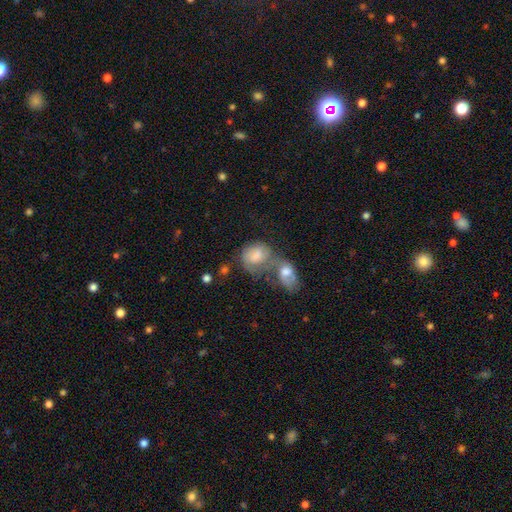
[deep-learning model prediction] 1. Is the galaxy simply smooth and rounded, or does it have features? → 62% smooth, 30% featured or disk, 8% star or artifact.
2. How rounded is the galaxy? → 52% round, 46% in between, 1% cigar-shaped.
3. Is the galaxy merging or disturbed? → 65% merger, 15% none, 11% major disturbance, 9% minor disturbance.